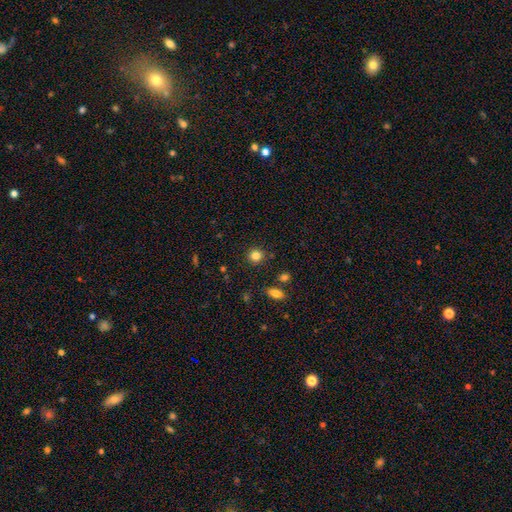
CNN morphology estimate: type=smooth (83%); roundness=round (88%); merging=none (89%).